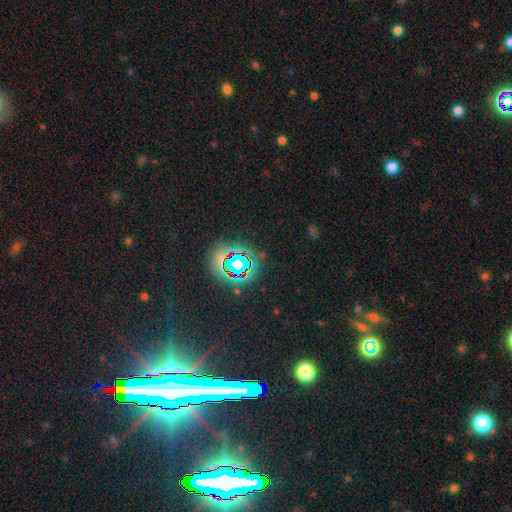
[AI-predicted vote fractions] Q: Smooth or featured?
A: star or artifact (78%); runner-up: featured or disk (12%)